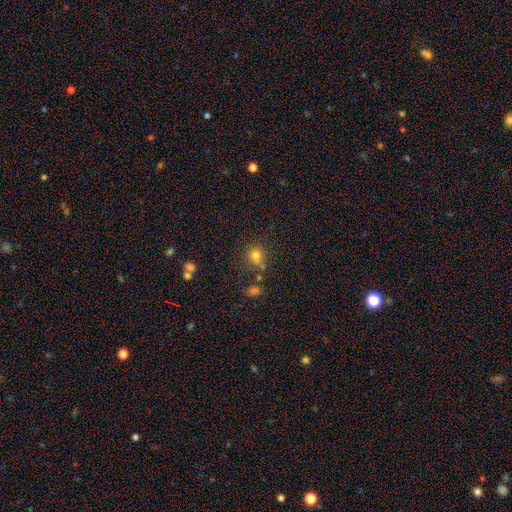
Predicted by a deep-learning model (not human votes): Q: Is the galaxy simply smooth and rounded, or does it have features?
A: smooth — 75%.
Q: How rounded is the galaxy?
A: round — 82%.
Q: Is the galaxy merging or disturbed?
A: none — 62%.